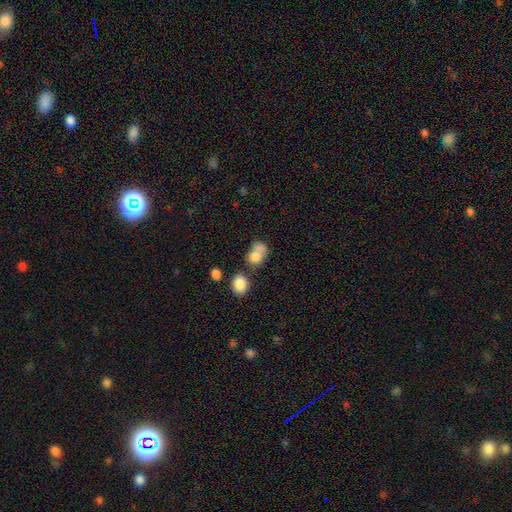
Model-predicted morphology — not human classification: Overall: smooth (78%). How rounded: in between (54%; round 45%). Merging: merger (46%; none 31%).